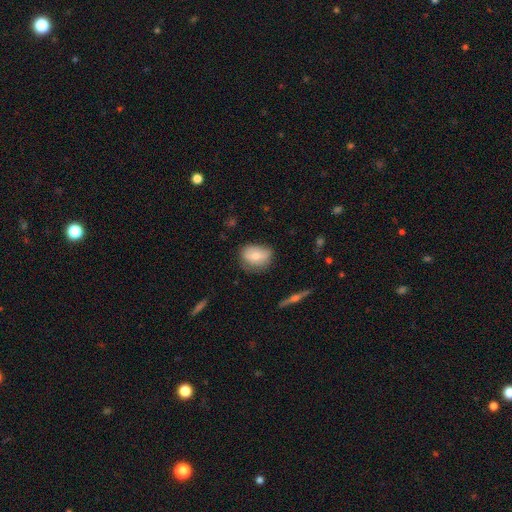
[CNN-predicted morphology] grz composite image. It shows a smooth galaxy with no disk features (67%) that is in between round and cigar-shaped (63%). Merging: none (60%).